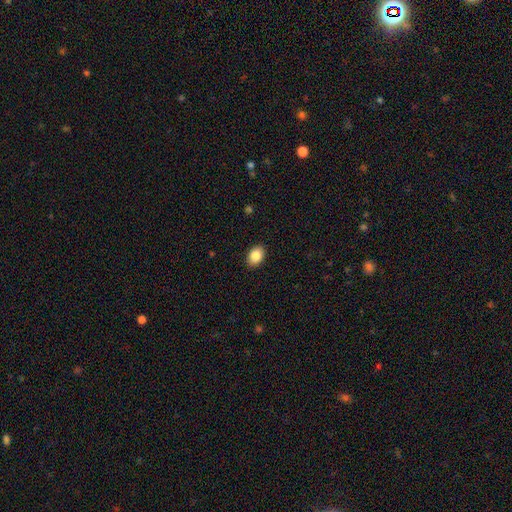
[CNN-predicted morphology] A smooth galaxy with no disk features (86%) that is in between round and cigar-shaped (79%). Merging: none (90%).